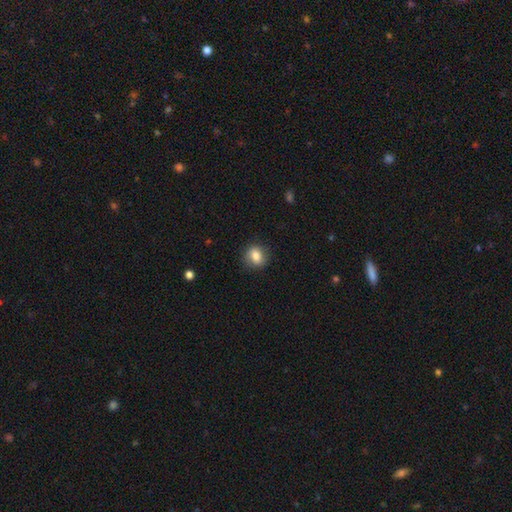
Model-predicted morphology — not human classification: This appears to be a smooth galaxy with no disk features (81%) that is round (62%). Merging: none (84%).